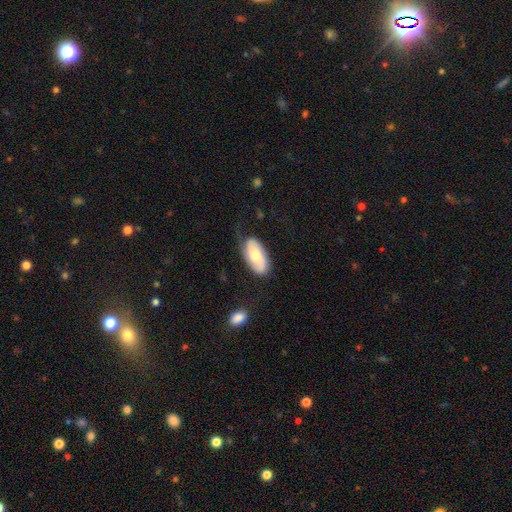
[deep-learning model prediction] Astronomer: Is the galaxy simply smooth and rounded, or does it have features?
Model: smooth — 56% (runner-up: featured or disk, 38%).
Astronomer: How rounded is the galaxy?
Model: in between — 92%.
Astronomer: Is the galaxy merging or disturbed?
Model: none — 66%.